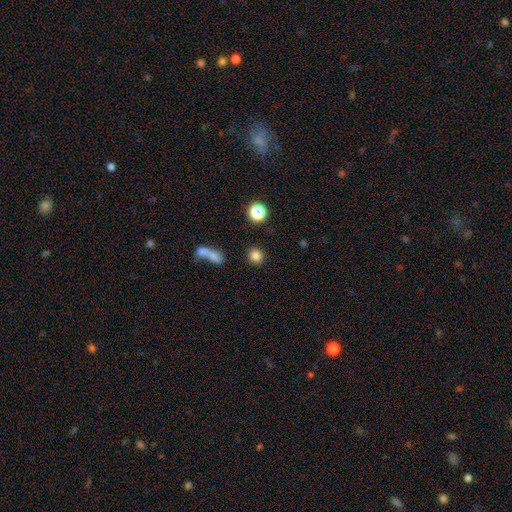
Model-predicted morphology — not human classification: Smooth or featured: smooth — 81% (star or artifact — 14%)
How rounded: round — 85% (in between — 13%)
Merging: none — 86% (minor disturbance — 6%)